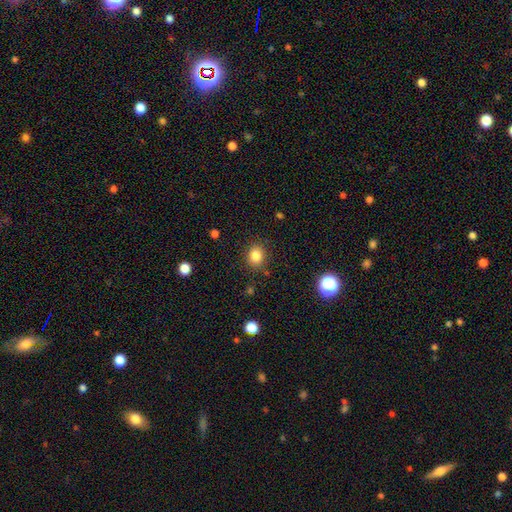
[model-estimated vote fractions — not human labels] Smooth or featured?
  - smooth: 83% *
  - star or artifact: 12%
  - featured or disk: 5%
How rounded?
  - round: 70% *
  - in between: 29%
  - cigar-shaped: 1%
Merging?
  - none: 86% *
  - minor disturbance: 9%
  - major disturbance: 3%
  - merger: 2%